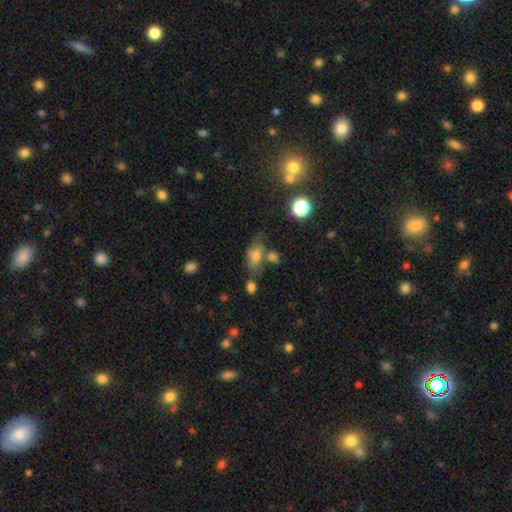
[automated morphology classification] Smooth or featured? smooth (63%)
How rounded? in between (83%)
Merging? none (38%)